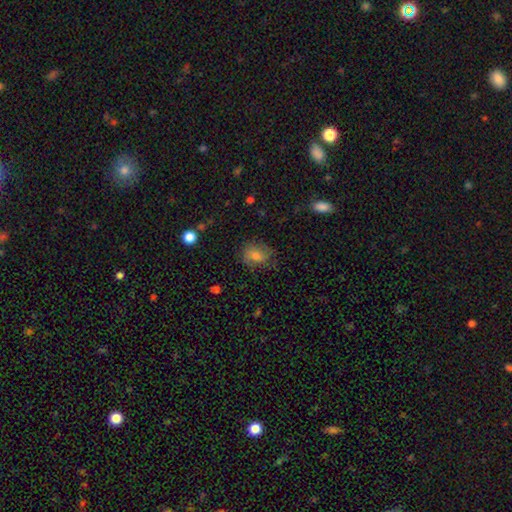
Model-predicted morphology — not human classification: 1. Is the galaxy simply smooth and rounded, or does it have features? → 70% smooth, 20% featured or disk, 10% star or artifact.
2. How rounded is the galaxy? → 60% in between, 39% round, 2% cigar-shaped.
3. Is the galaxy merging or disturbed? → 69% none, 21% minor disturbance, 8% major disturbance, 1% merger.